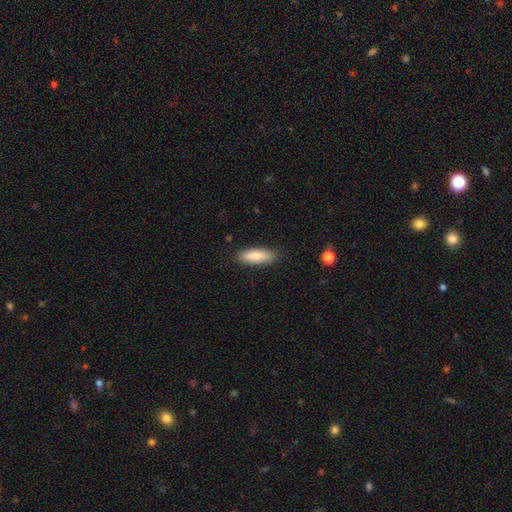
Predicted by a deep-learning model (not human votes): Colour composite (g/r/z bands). It shows a smooth galaxy with no disk features (84%) that is in between round and cigar-shaped (62%). Merging: none (87%).